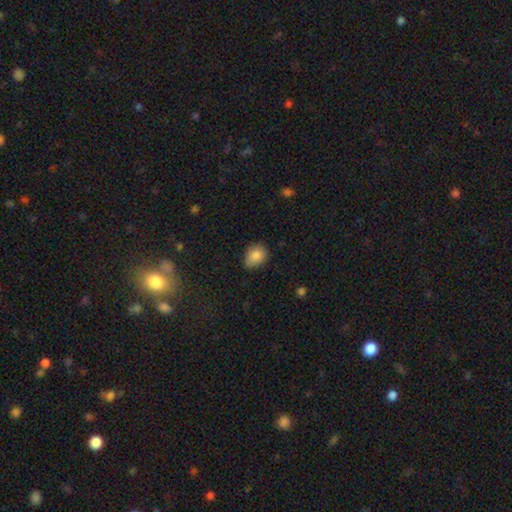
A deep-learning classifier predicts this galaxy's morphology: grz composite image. It shows a smooth galaxy with no disk features (85%) that is in between round and cigar-shaped (61%). Merging: none (64%).